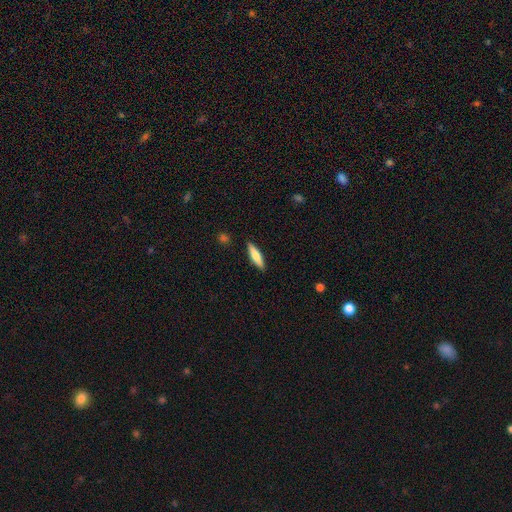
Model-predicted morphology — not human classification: This is likely a smooth galaxy (68%). How rounded: likely cigar-shaped (73%). Merging: clearly none (89%).